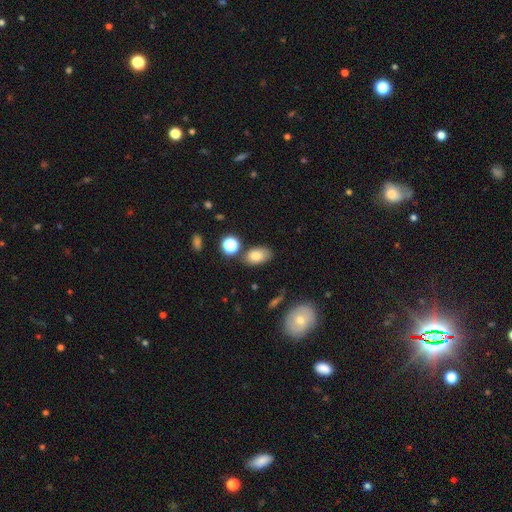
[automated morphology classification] A smooth galaxy with no disk features (78%) that is in between round and cigar-shaped (88%).

Vote fractions:
- Smooth or featured? smooth: 78% / star or artifact: 11% / featured or disk: 11%
- How rounded? in between: 88% / round: 10% / cigar-shaped: 2%
- Merging? none: 76% / minor disturbance: 13% / merger: 7% / major disturbance: 4%